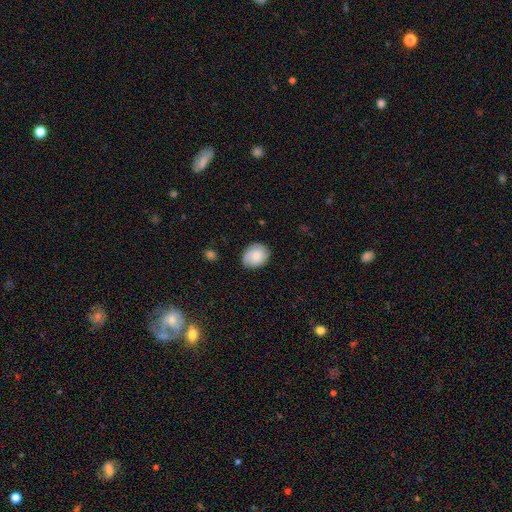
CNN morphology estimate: A smooth galaxy with no disk features (76%) that is round (51%).

Vote fractions:
- Smooth or featured? smooth: 76% / featured or disk: 17% / star or artifact: 7%
- How rounded? round: 51% / in between: 48% / cigar-shaped: 1%
- Merging? none: 82% / minor disturbance: 14% / major disturbance: 3% / merger: 1%